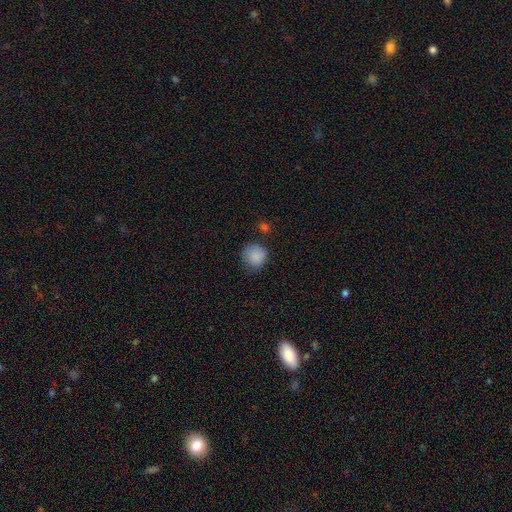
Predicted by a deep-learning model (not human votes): smooth-or-featured: smooth: 87% | star or artifact: 9% | featured or disk: 4%
  how-rounded: round: 89% | in between: 10% | cigar-shaped: 1%
  merging: none: 71% | minor disturbance: 20% | major disturbance: 5% | merger: 4%